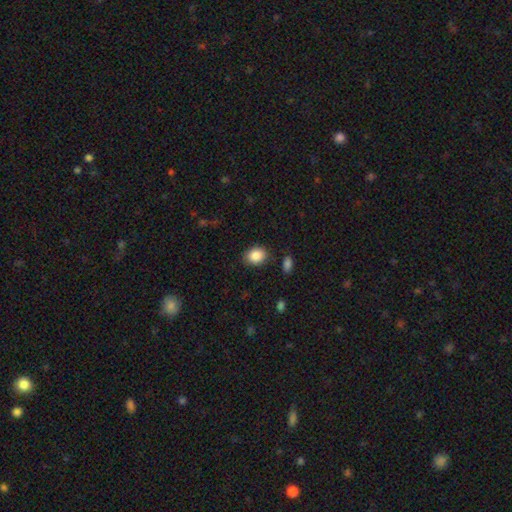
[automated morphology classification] Overall: smooth (88%). How rounded: in between (57%; round 42%). Merging: none (84%).